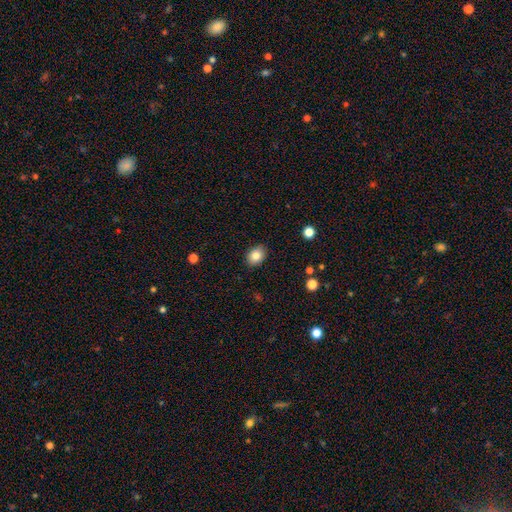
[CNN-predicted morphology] The model was most divided on "how rounded": in between: 64%, round: 35%, cigar-shaped: 1%. More confident: merging — none (88%); smooth or featured — smooth (83%).